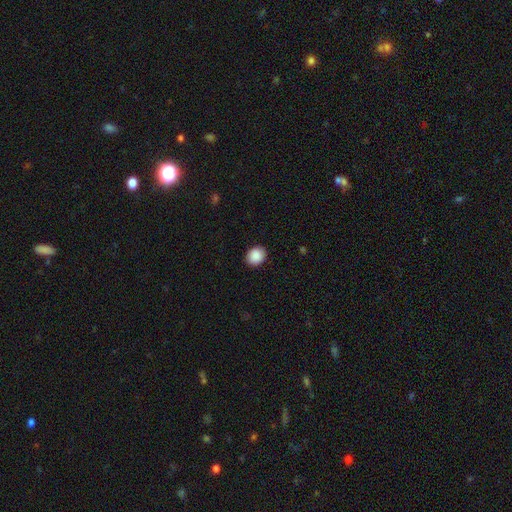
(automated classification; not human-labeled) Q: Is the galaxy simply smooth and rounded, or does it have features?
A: smooth — 90%.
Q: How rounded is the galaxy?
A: round — 59%.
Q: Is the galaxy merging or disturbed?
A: none — 89%.